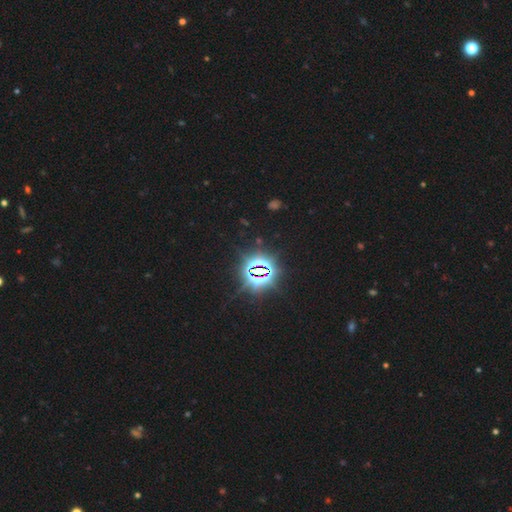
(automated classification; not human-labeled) Overall: star or artifact (84%).